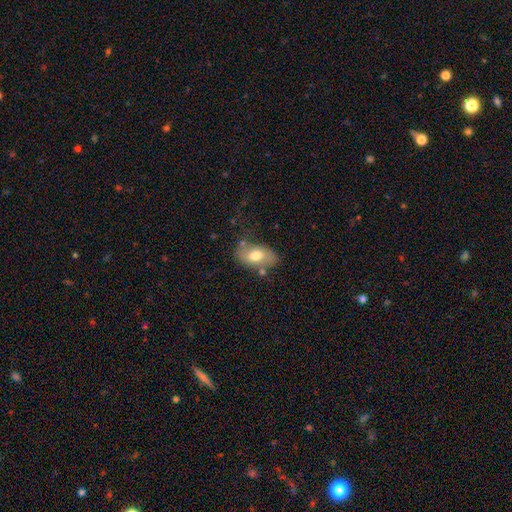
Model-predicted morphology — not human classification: smooth 64%, featured or disk 29%, star or artifact 7%. Down the decision tree: how rounded — in between (89%); merging — none (63%).